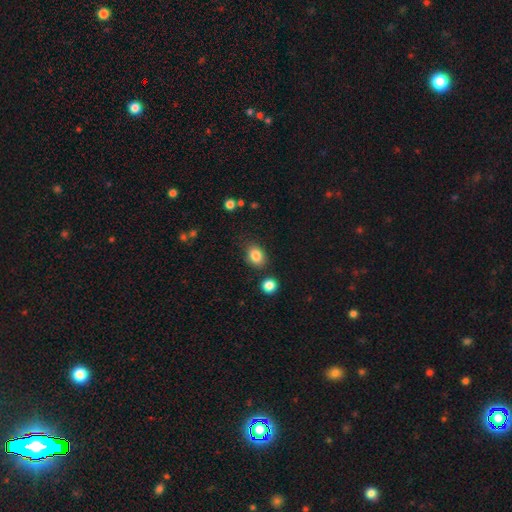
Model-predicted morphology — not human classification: Overall: smooth (84%). How rounded: in between (60%; round 39%). Merging: none (77%).